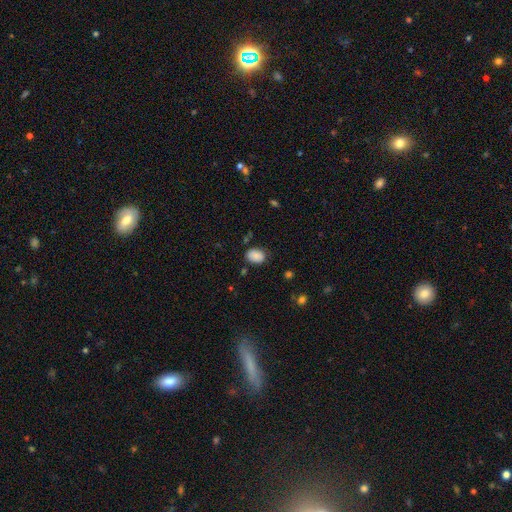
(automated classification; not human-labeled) This is clearly a smooth galaxy (86%). How rounded: likely in between (77%). Merging: likely none (75%).